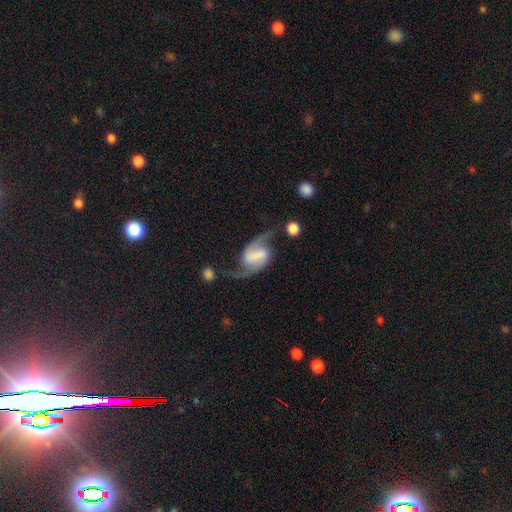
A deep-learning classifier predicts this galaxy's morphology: featured or disk 86%, smooth 9%, star or artifact 6%. Down the decision tree: edge-on disk — no (98%); bar — strong (42%); spiral arms — yes (96%); spiral arm count — 2 (94%); spiral winding — loose (61%); bulge size — none (51%); merging — none (63%).